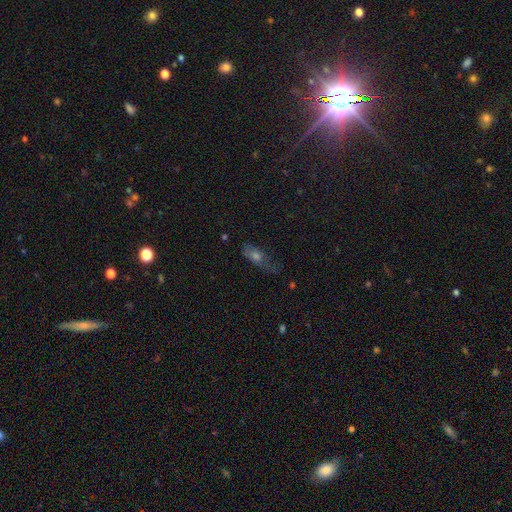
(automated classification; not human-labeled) Q: Smooth or featured?
A: smooth (46%); runner-up: featured or disk (34%)
Q: Merging?
A: none (52%); runner-up: minor disturbance (29%)